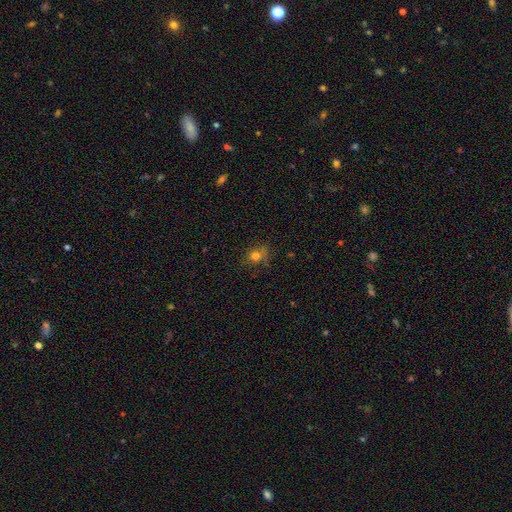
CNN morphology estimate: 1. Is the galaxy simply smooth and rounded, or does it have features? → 72% smooth, 19% star or artifact, 9% featured or disk.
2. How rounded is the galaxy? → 75% round, 23% in between, 1% cigar-shaped.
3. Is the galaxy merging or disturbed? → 66% none, 21% minor disturbance, 9% major disturbance, 4% merger.